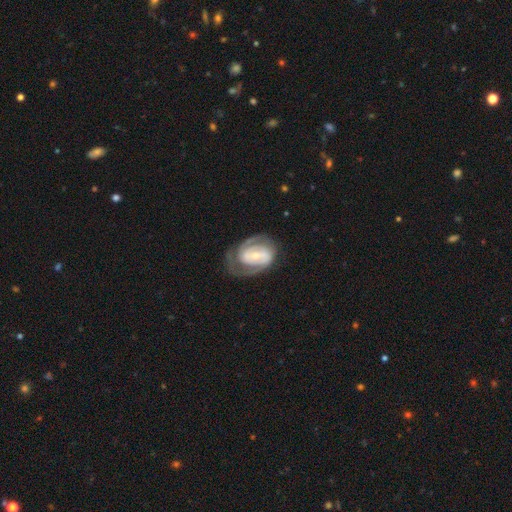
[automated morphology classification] This is clearly a featured or disk galaxy (82%). It is clearly not viewed edge-on (97%). Bar: marginally weak (40%). Spiral arm pattern: clearly yes (91%). Spiral arm count: likely 2 (67%). Spiral winding: possibly tight (53%). Central bulge: possibly small (56%). Merging: possibly none (60%).